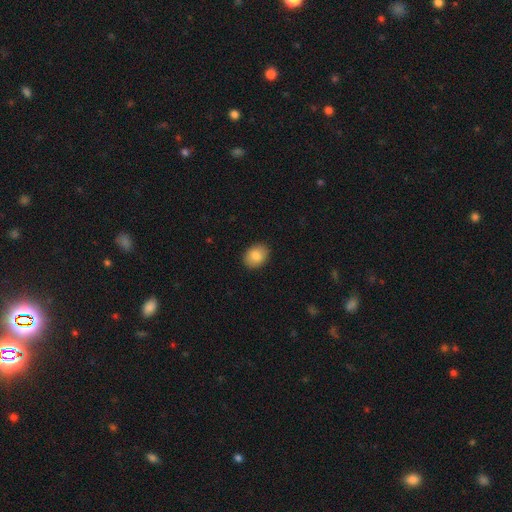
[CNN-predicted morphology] Overall: smooth (85%). How rounded: in between (65%; round 34%). Merging: none (89%).